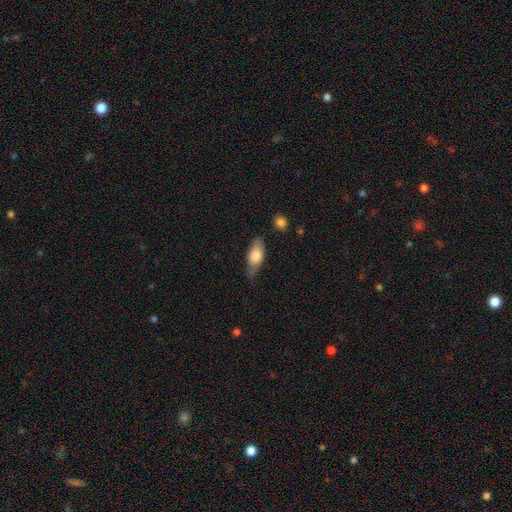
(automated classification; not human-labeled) smooth_or_featured: smooth (p=0.70) [alt: featured or disk p=0.24]
how_rounded: in between (p=0.78) [alt: cigar-shaped p=0.18]
merging: none (p=0.62) [alt: minor disturbance p=0.27]